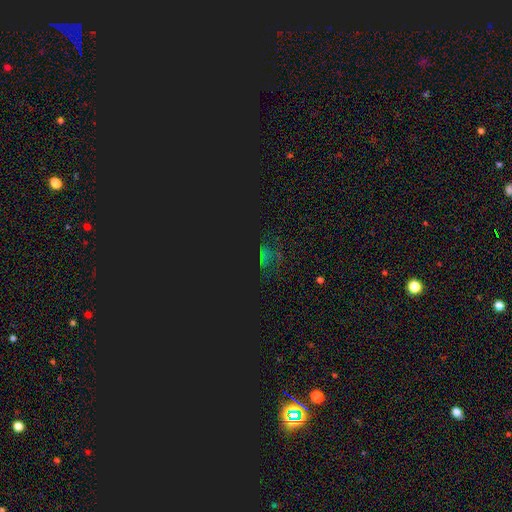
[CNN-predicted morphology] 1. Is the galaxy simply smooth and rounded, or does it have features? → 71% star or artifact, 18% smooth, 11% featured or disk.